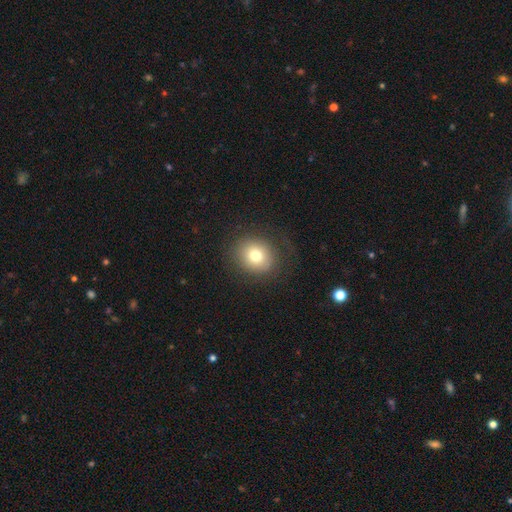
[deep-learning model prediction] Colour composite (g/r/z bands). It shows a smooth galaxy with no disk features (74%) that is round (80%). Merging: none (80%).